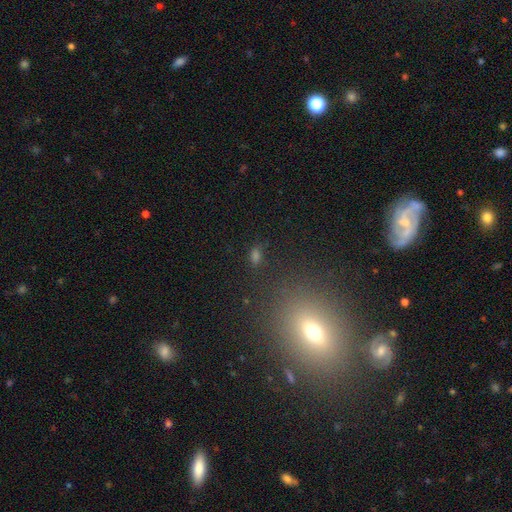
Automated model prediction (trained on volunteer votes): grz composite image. It shows a smooth galaxy with no disk features (59%) that is in between round and cigar-shaped (70%). Merging: none (70%).